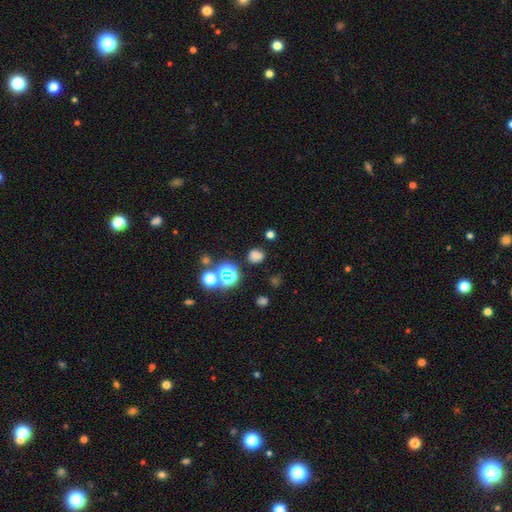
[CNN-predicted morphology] The model was most divided on "smooth or featured": smooth: 69%, star or artifact: 25%, featured or disk: 6%. More confident: merging — none (81%); how rounded — round (78%).